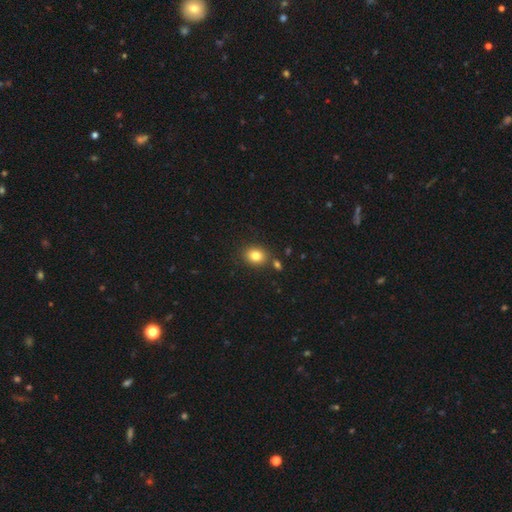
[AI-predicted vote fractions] This appears to be a smooth galaxy with no disk features (82%) that is round (57%). Merging: none (79%).